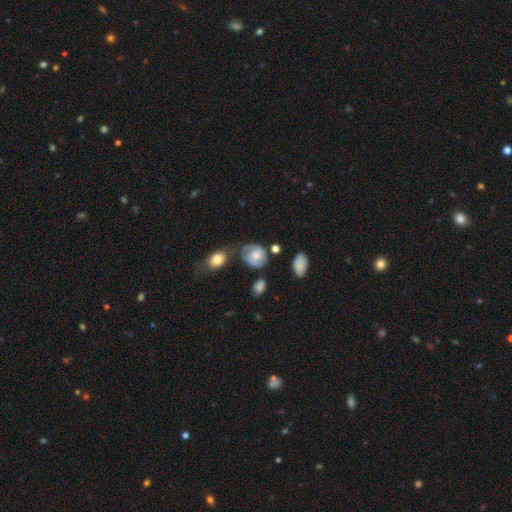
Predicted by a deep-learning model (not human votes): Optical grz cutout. It shows a featured or disk galaxy (51%). Merging: none (47%).